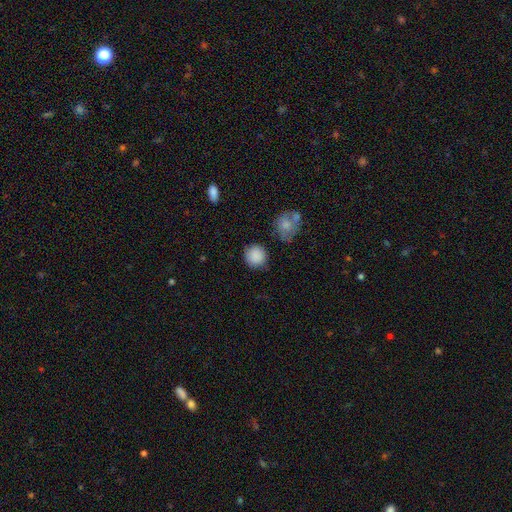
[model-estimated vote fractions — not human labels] smooth 87%, star or artifact 8%, featured or disk 4%. Down the decision tree: how rounded — round (91%); merging — none (80%).